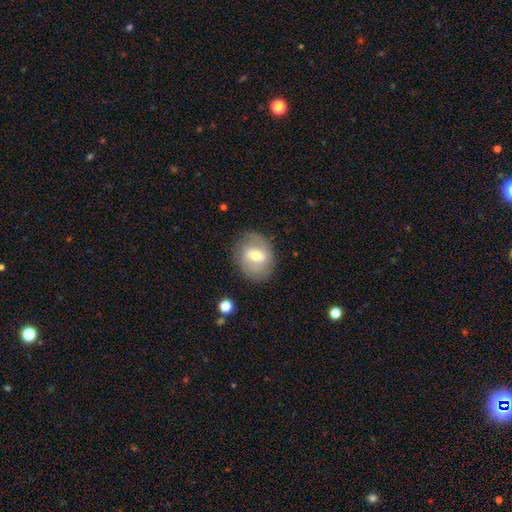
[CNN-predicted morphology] Q: Smooth or featured?
A: featured or disk (51%); runner-up: smooth (41%)
Q: Edge-on disk?
A: no (95%); runner-up: yes (5%)
Q: Merging?
A: none (77%); runner-up: minor disturbance (16%)